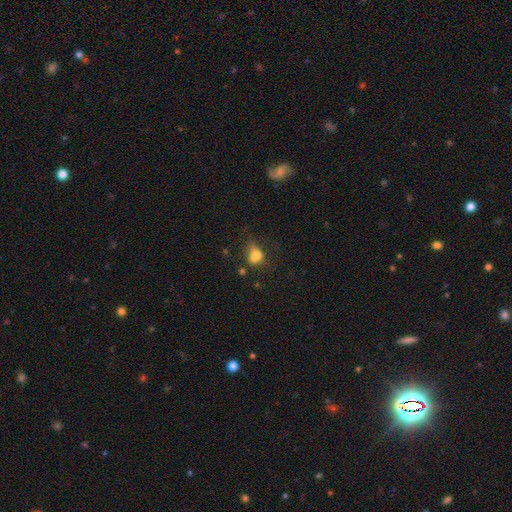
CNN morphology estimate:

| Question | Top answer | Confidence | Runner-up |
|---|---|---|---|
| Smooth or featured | smooth | 73% | star or artifact (14%) |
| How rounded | in between | 69% | round (27%) |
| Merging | none | 37% | minor disturbance (26%) |